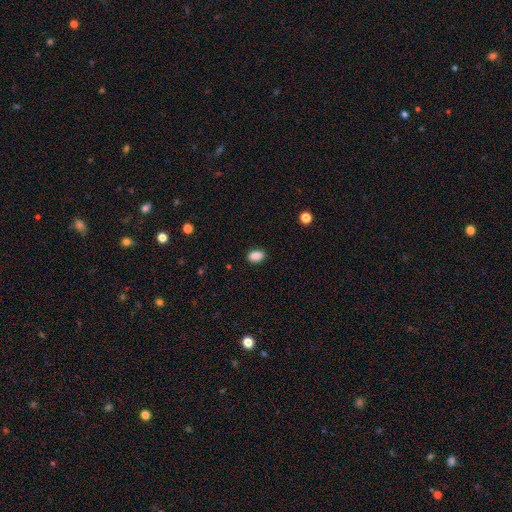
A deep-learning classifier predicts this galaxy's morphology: A smooth galaxy with no disk features (89%) that is in between round and cigar-shaped (88%).

Vote fractions:
- Smooth or featured? smooth: 89% / star or artifact: 8% / featured or disk: 3%
- How rounded? in between: 88% / round: 11% / cigar-shaped: 2%
- Merging? none: 89% / minor disturbance: 8% / major disturbance: 2% / merger: 1%